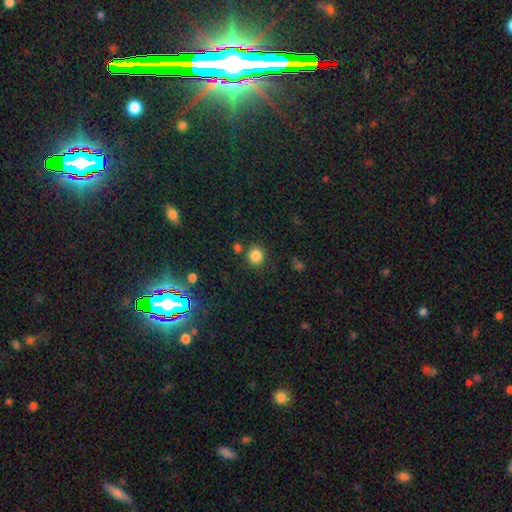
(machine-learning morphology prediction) A smooth galaxy with no disk features (83%) that is round (89%).

Vote fractions:
- Smooth or featured? smooth: 83% / star or artifact: 12% / featured or disk: 4%
- How rounded? round: 89% / in between: 10% / cigar-shaped: 1%
- Merging? none: 80% / minor disturbance: 9% / merger: 8% / major disturbance: 3%